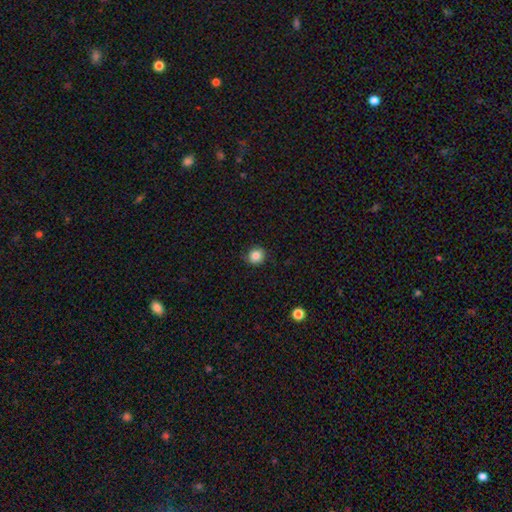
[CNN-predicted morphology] Smooth or featured?
  - smooth: 84% *
  - star or artifact: 10%
  - featured or disk: 5%
How rounded?
  - round: 89% *
  - in between: 10%
  - cigar-shaped: 1%
Merging?
  - none: 86% *
  - minor disturbance: 10%
  - major disturbance: 2%
  - merger: 1%